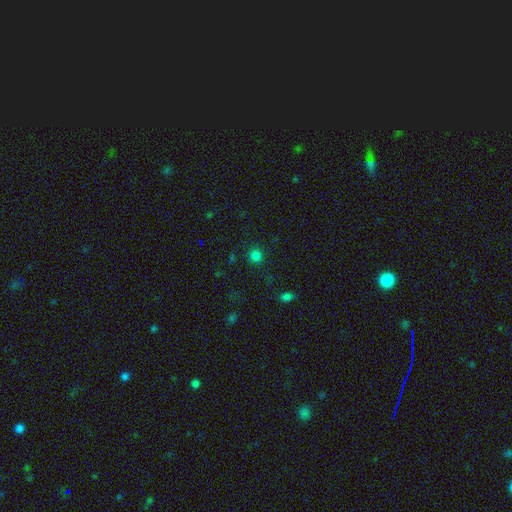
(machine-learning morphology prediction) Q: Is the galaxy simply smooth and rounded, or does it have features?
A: smooth — 79%.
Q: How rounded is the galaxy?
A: round — 92%.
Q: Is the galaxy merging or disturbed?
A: none — 88%.